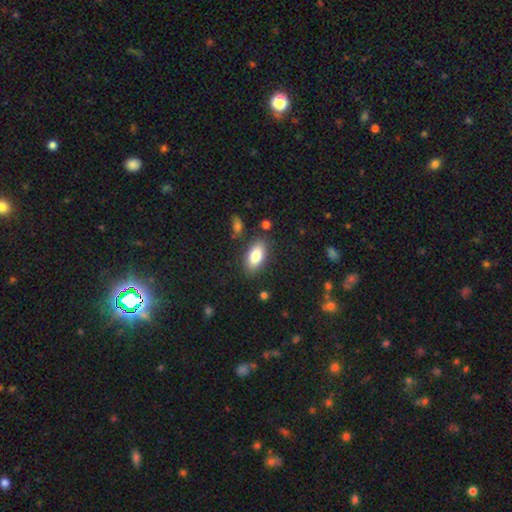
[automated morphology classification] Overall: smooth (82%). How rounded: in between (90%). Merging: none (83%).